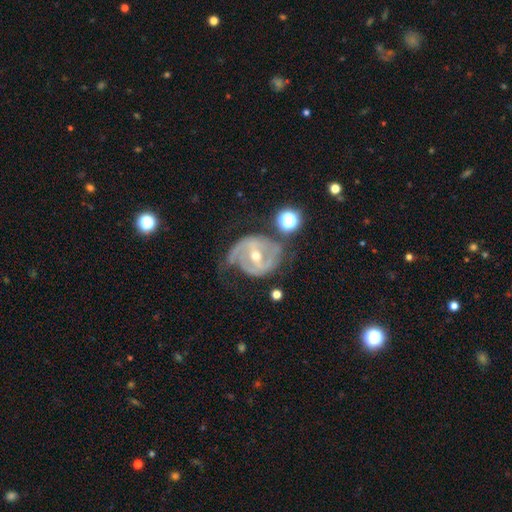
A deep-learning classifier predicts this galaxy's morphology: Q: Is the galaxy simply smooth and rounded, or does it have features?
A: featured or disk — 86%.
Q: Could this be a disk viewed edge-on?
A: no — 97%.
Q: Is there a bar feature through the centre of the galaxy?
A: weak — 41%, tied with strong.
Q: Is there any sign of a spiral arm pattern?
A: yes — 91%.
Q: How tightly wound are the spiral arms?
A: tight — 43%.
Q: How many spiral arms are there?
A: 2 — 68%.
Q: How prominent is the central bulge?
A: moderate — 60%.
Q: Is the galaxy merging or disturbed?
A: none — 56%.